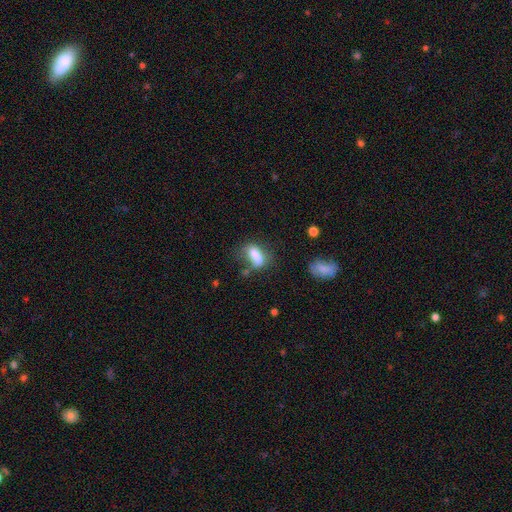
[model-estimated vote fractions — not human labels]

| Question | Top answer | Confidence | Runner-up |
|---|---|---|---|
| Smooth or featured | smooth | 71% | featured or disk (19%) |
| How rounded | in between | 64% | cigar-shaped (30%) |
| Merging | none | 44% | minor disturbance (25%) |